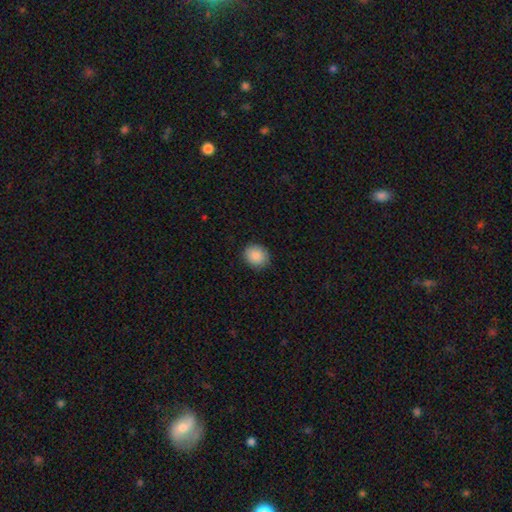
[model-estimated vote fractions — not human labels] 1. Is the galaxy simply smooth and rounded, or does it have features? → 88% smooth, 8% star or artifact, 4% featured or disk.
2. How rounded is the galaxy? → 77% round, 22% in between, 1% cigar-shaped.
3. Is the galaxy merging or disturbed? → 87% none, 10% minor disturbance, 2% major disturbance, 1% merger.